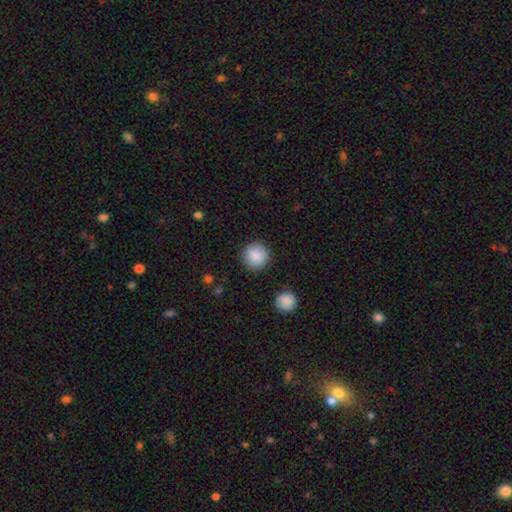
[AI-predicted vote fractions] A smooth galaxy with no disk features (88%) that is round (95%). Merging: none (90%).